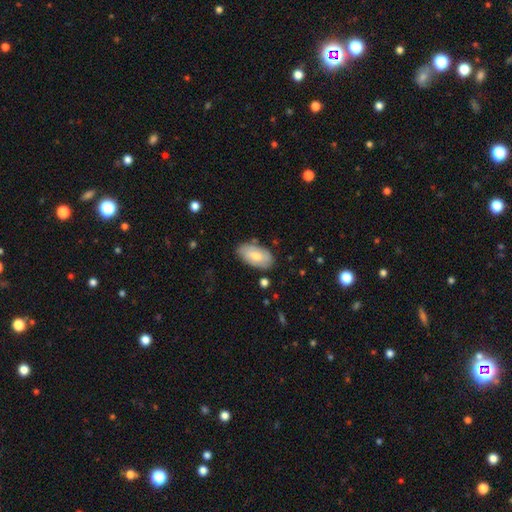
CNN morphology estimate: Smooth or featured: smooth — 68% (featured or disk — 26%)
How rounded: in between — 94% (round — 3%)
Merging: none — 76% (minor disturbance — 18%)